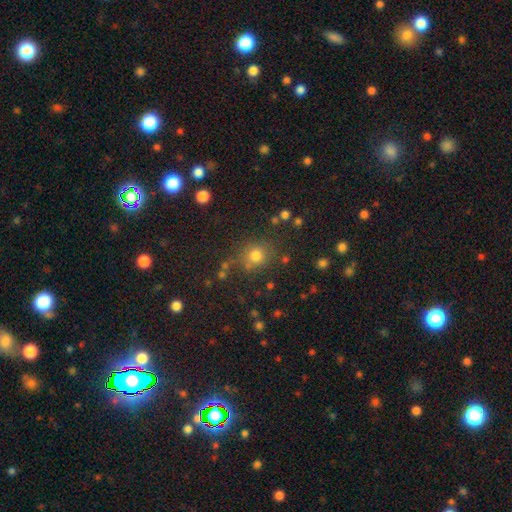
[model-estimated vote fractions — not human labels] smooth 74%, star or artifact 19%, featured or disk 7%. Down the decision tree: how rounded — round (86%); merging — none (78%).